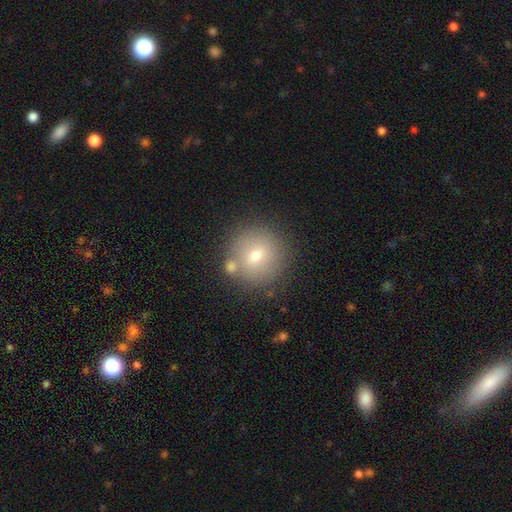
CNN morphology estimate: The model was most divided on "smooth or featured": smooth: 68%, featured or disk: 19%, star or artifact: 13%. More confident: how rounded — round (93%); merging — none (77%).